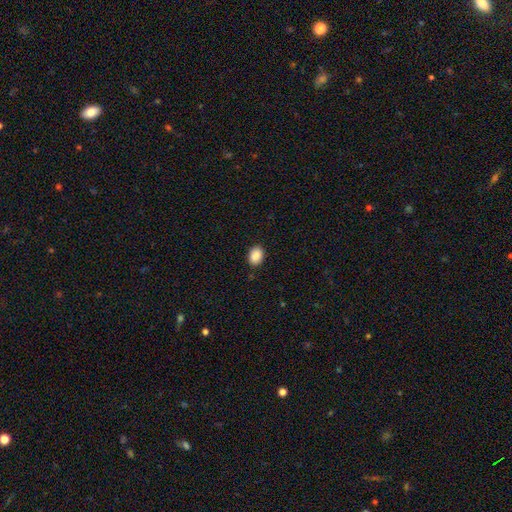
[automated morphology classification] Smooth or featured: smooth — 90% (star or artifact — 8%)
How rounded: in between — 67% (round — 32%)
Merging: none — 89% (minor disturbance — 8%)